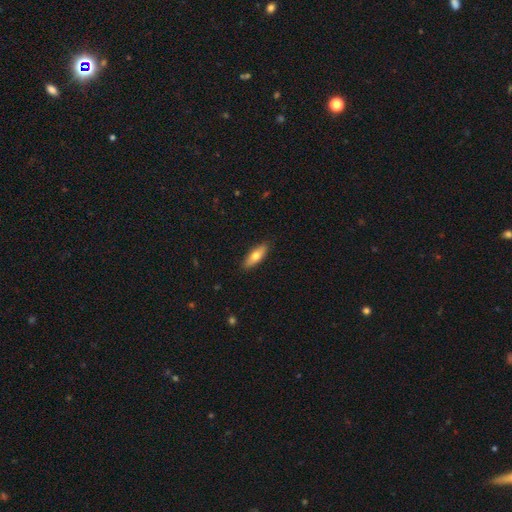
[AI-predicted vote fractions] smooth-or-featured: smooth: 69% | featured or disk: 25% | star or artifact: 6%
  how-rounded: in between: 61% | cigar-shaped: 37% | round: 2%
  merging: none: 88% | minor disturbance: 9% | major disturbance: 2% | merger: 1%